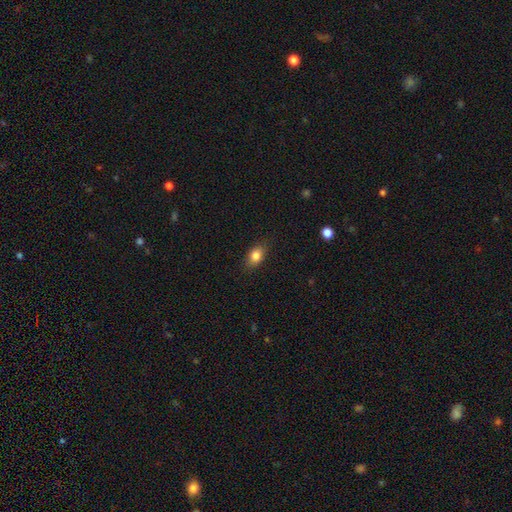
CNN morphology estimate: Smooth or featured? Predicted: smooth (p=0.83). How rounded? Predicted: in between (p=0.77). Merging? Predicted: none (p=0.84).